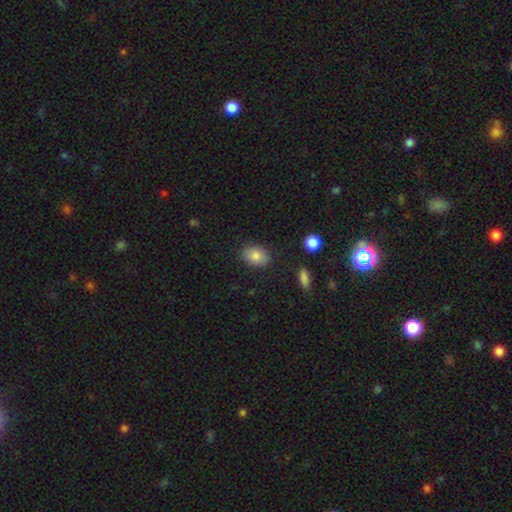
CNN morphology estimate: A smooth galaxy with no disk features (83%) that is in between round and cigar-shaped (76%). Merging: none (84%).